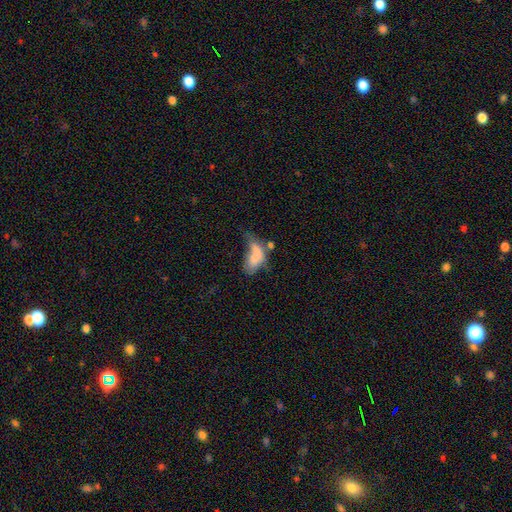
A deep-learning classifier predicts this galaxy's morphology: type=smooth (63%); roundness=in between (88%); merging=major disturbance (35%).